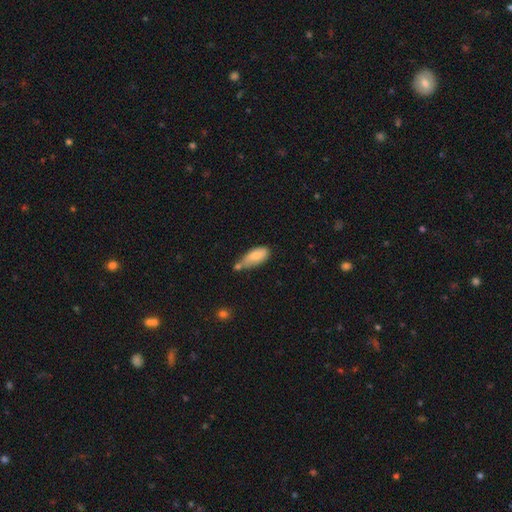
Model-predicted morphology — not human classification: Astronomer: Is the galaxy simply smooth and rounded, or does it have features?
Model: smooth — 80%.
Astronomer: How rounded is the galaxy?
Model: in between — 81%.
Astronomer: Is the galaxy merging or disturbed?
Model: none — 37% (runner-up: minor disturbance, 29%).